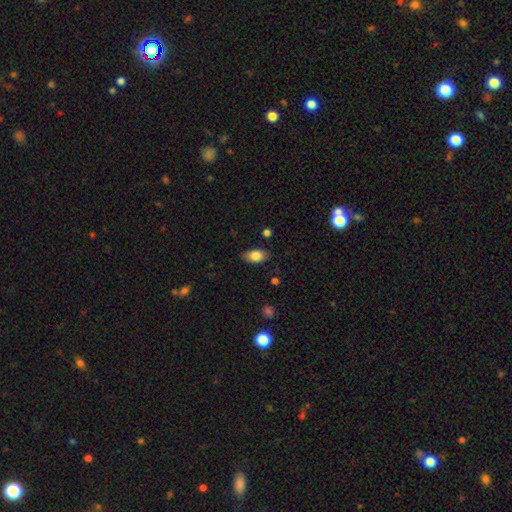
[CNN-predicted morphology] smooth 83%, featured or disk 10%, star or artifact 8%. Down the decision tree: how rounded — in between (91%); merging — none (83%).